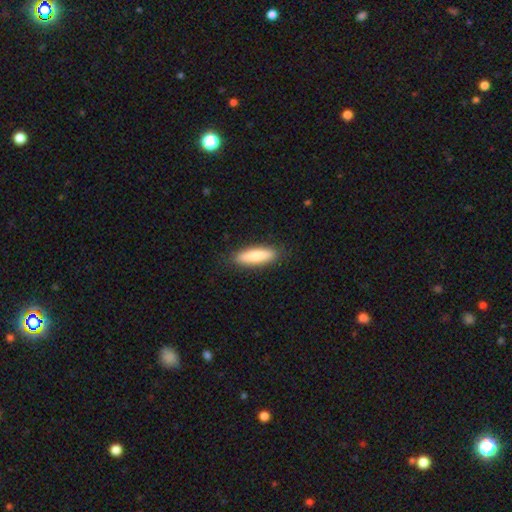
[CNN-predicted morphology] Overall: smooth (85%). How rounded: cigar-shaped (63%; in between 36%). Merging: none (88%).